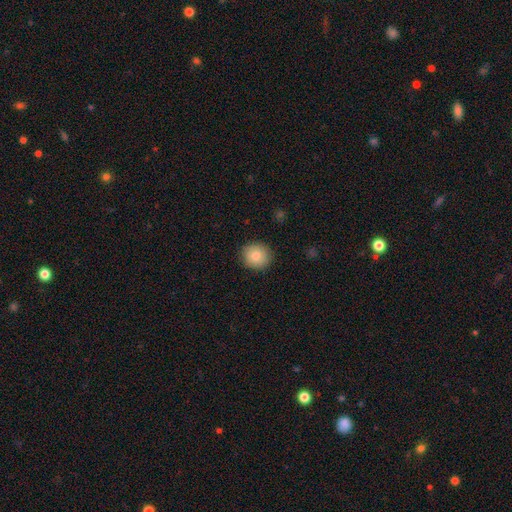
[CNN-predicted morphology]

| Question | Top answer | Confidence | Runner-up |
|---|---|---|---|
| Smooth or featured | smooth | 82% | featured or disk (9%) |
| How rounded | round | 87% | in between (12%) |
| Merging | none | 90% | minor disturbance (8%) |